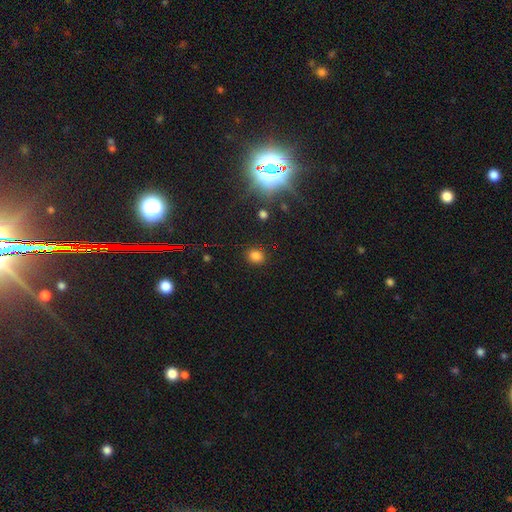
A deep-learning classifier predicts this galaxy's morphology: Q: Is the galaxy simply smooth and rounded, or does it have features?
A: smooth — 78%.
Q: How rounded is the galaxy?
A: round — 63%.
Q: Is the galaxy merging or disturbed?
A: none — 87%.